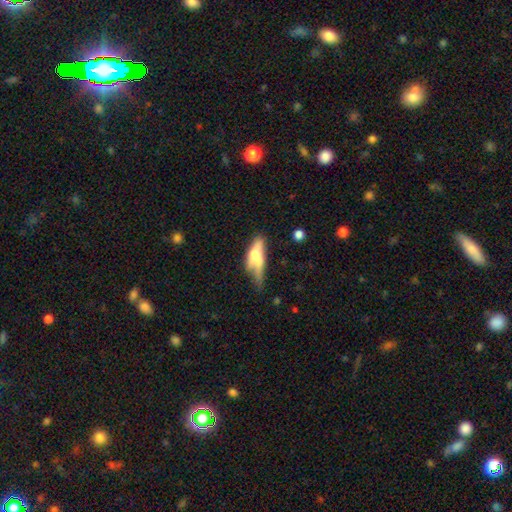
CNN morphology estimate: Smooth or featured? smooth (54%)
How rounded? cigar-shaped (49%)
Merging? merger (31%)